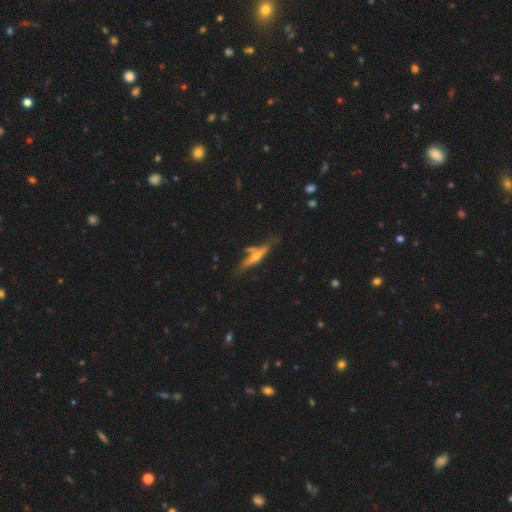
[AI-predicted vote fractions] Smooth or featured?
  - featured or disk: 67% *
  - smooth: 26%
  - star or artifact: 7%
Edge-on disk?
  - yes: 93% *
  - no: 7%
Edge-on bulge?
  - rounded: 89% *
  - none: 7%
  - boxy: 4%
Merging?
  - none: 64% *
  - minor disturbance: 17%
  - merger: 13%
  - major disturbance: 5%